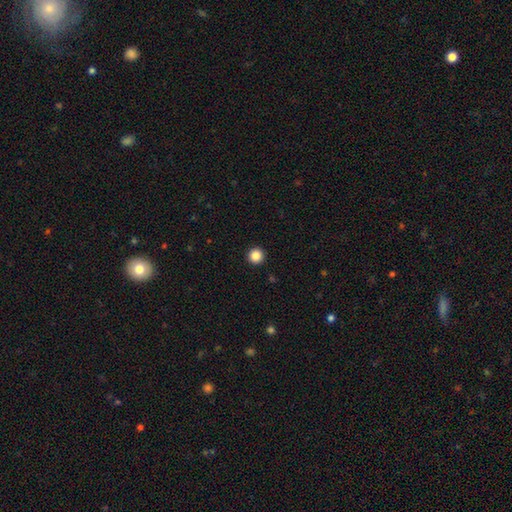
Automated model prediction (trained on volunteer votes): This is clearly a smooth galaxy (86%). How rounded: clearly round (97%). Merging: clearly none (94%).